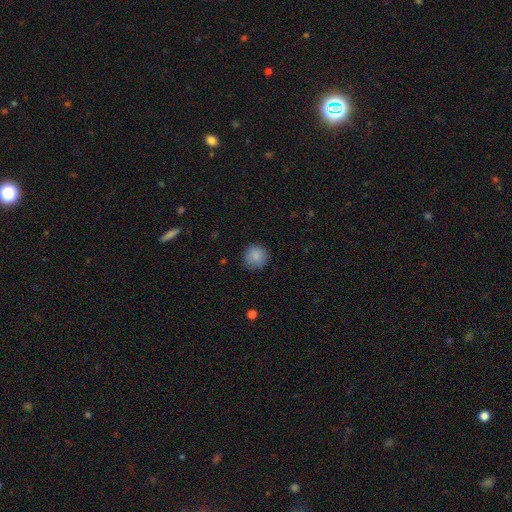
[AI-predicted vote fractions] Smooth or featured? smooth (87%)
How rounded? round (94%)
Merging? none (86%)